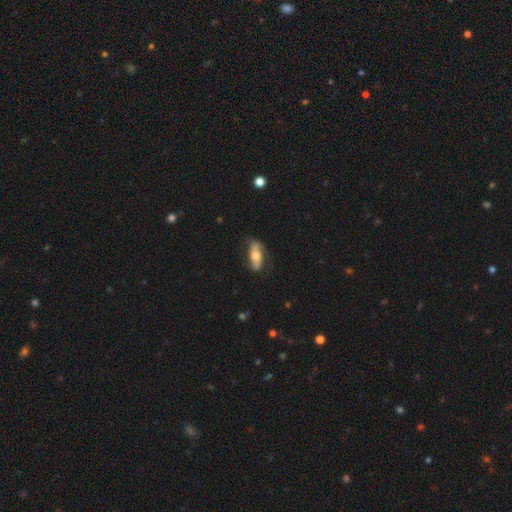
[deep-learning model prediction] Morphology: type=smooth (54%); roundness=in between (72%); merging=none (74%).